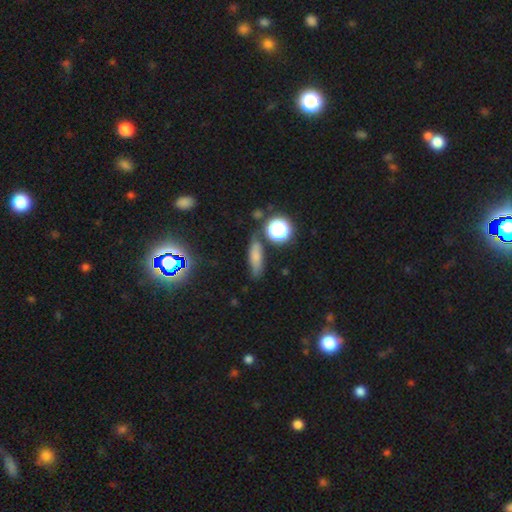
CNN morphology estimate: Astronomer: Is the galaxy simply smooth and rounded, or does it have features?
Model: smooth — 66%.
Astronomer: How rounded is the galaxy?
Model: cigar-shaped — 46% (runner-up: in between, 41%).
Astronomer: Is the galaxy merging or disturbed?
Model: none — 70%.